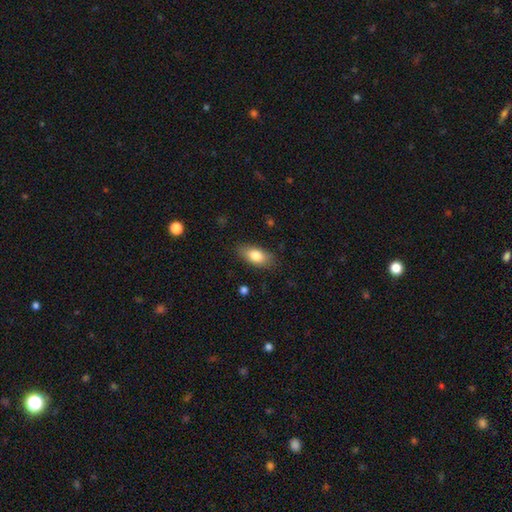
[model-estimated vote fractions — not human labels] Morphology: type=smooth (81%); roundness=in between (87%); merging=none (82%).